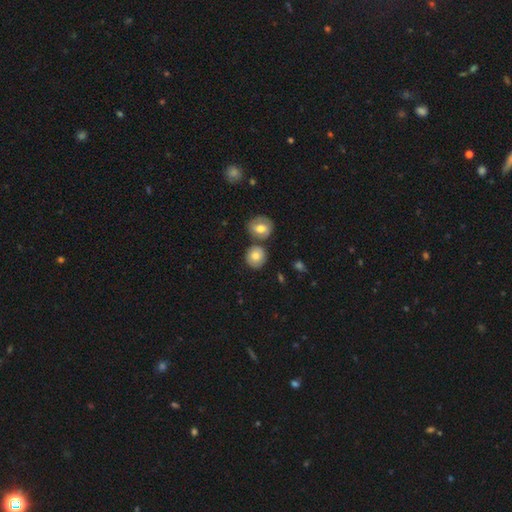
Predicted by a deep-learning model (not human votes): The model was most divided on "merging": none: 66%, merger: 20%, minor disturbance: 11%, major disturbance: 3%. More confident: how rounded — round (81%); smooth or featured — smooth (77%).